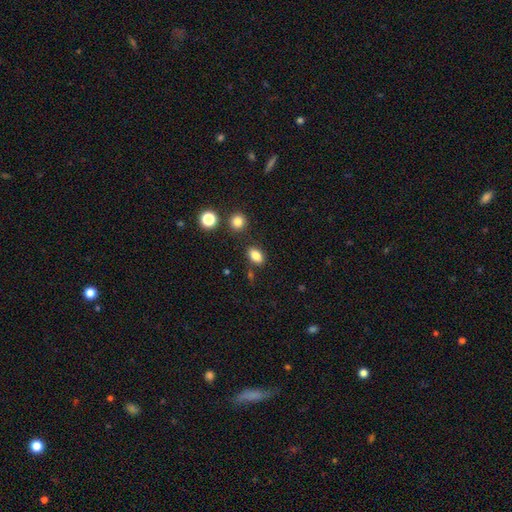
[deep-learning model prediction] Morphology: type=smooth (84%); roundness=in between (83%); merging=none (83%).